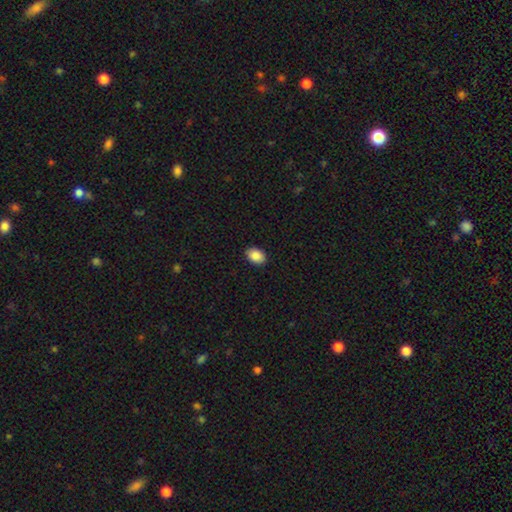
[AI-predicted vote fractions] The model was most divided on "how rounded": in between: 77%, round: 22%, cigar-shaped: 1%. More confident: smooth or featured — smooth (89%); merging — none (89%).